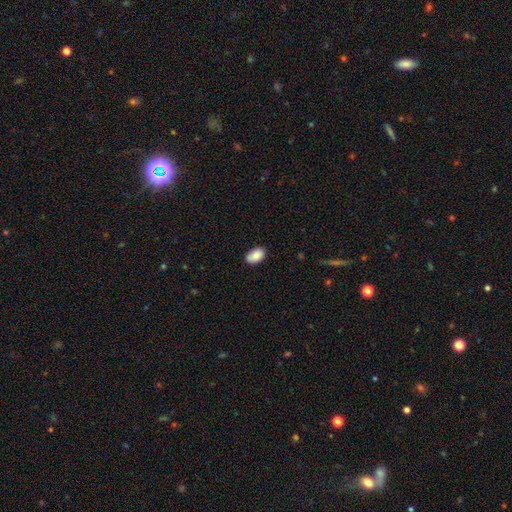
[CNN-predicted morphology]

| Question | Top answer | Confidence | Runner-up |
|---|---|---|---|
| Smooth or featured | smooth | 88% | star or artifact (7%) |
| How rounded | in between | 93% | round (6%) |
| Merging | none | 80% | minor disturbance (16%) |